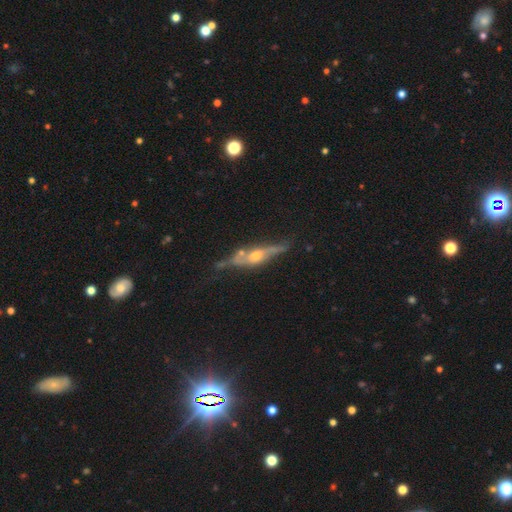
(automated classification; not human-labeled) Smooth or featured? Predicted: featured or disk (p=0.75). Edge-on disk? Predicted: yes (p=0.88). Edge-on bulge? Predicted: rounded (p=0.87). Merging? Predicted: none (p=0.67).